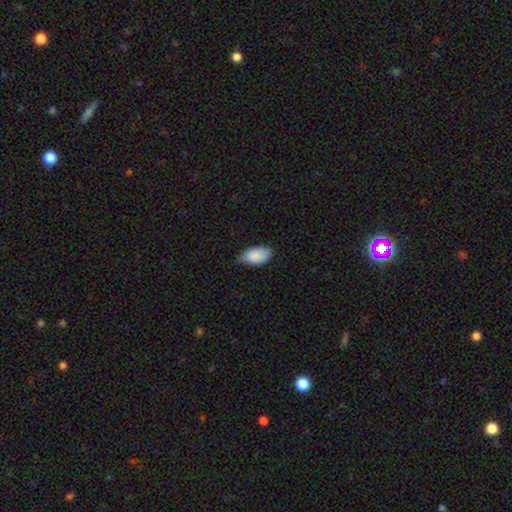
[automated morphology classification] Smooth or featured? smooth (88%)
How rounded? in between (95%)
Merging? none (67%)